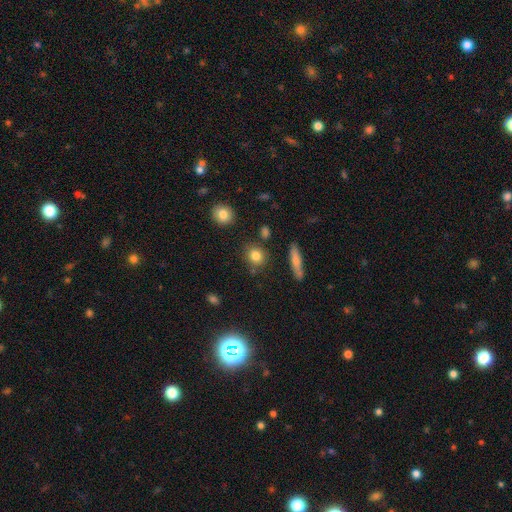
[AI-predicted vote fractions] smooth-or-featured: smooth: 81% | star or artifact: 10% | featured or disk: 8%
  how-rounded: round: 77% | in between: 20% | cigar-shaped: 3%
  merging: none: 82% | minor disturbance: 10% | merger: 5% | major disturbance: 3%